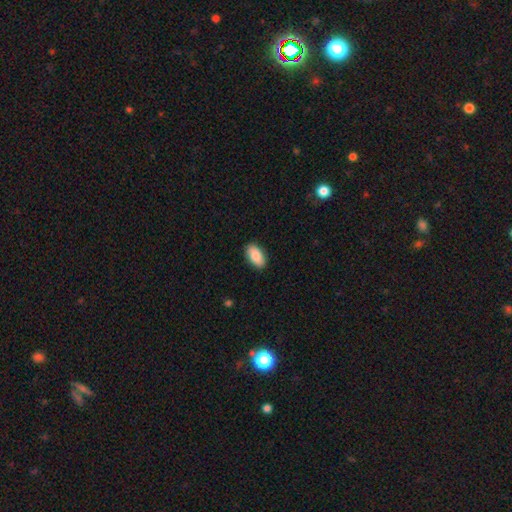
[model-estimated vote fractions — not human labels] A smooth galaxy with no disk features (87%) that is in between round and cigar-shaped (94%).

Vote fractions:
- Smooth or featured? smooth: 87% / featured or disk: 7% / star or artifact: 6%
- How rounded? in between: 94% / cigar-shaped: 3% / round: 3%
- Merging? none: 89% / minor disturbance: 8% / major disturbance: 2% / merger: 1%